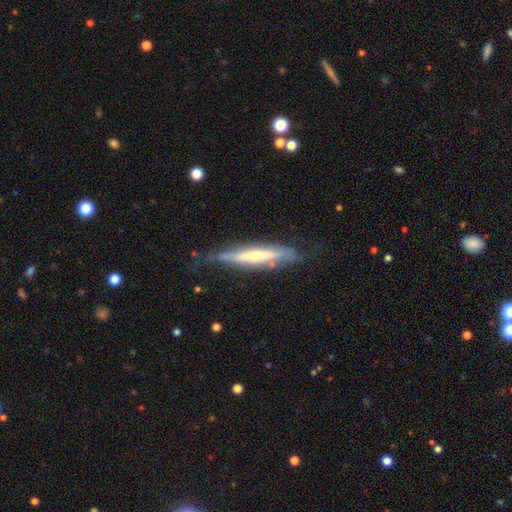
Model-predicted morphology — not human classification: This is likely a featured or disk galaxy (68%). It is clearly viewed edge-on (84%). Edge-on bulge: possibly rounded (58%). Merging: likely none (73%).